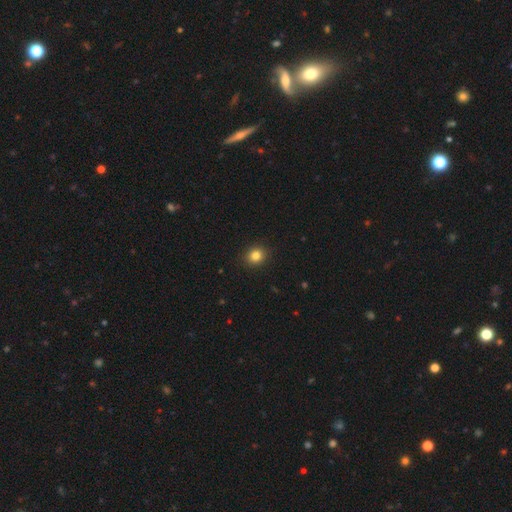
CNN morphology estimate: smooth 83%, star or artifact 11%, featured or disk 5%. Down the decision tree: how rounded — round (74%); merging — none (91%).